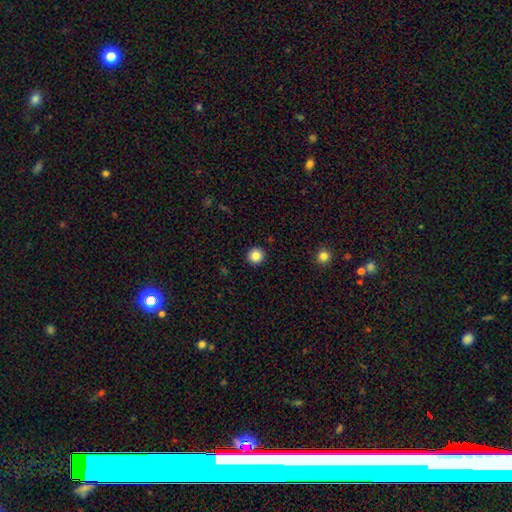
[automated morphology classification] This is clearly a smooth galaxy (85%). How rounded: clearly round (95%). Merging: clearly none (93%).